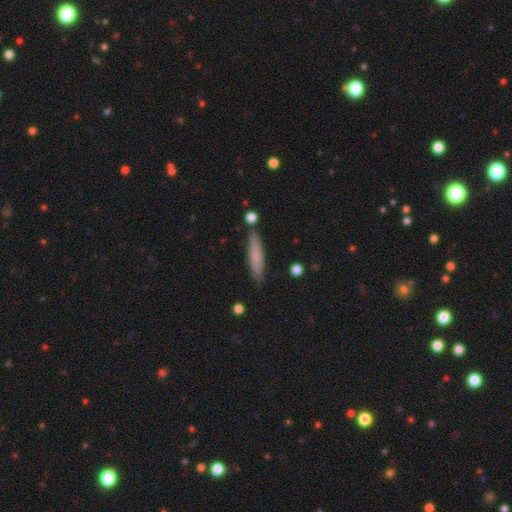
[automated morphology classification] A smooth galaxy with no disk features (77%) that is cigar-shaped (87%).

Vote fractions:
- Smooth or featured? smooth: 77% / featured or disk: 17% / star or artifact: 7%
- How rounded? cigar-shaped: 87% / in between: 12% / round: 1%
- Merging? none: 85% / minor disturbance: 10% / merger: 3% / major disturbance: 2%